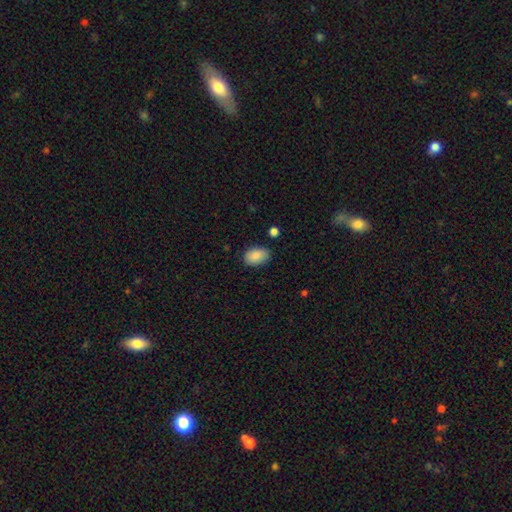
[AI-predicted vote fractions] This appears to be a smooth galaxy with no disk features (88%) that is in between round and cigar-shaped (89%). Merging: none (83%).